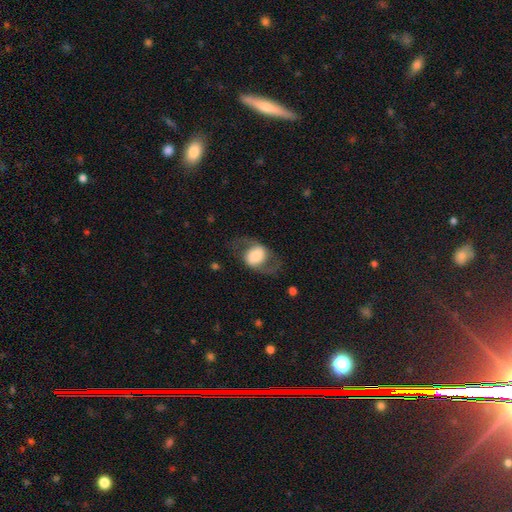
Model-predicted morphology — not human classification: Smooth or featured: featured or disk — 58% (smooth — 35%)
Edge-on disk: no — 93% (yes — 7%)
Bar: no — 54% (weak — 30%)
Spiral arms: yes — 77% (no — 23%)
Bulge size: large — 38% (dominant — 23%)
Merging: none — 65% (major disturbance — 17%)